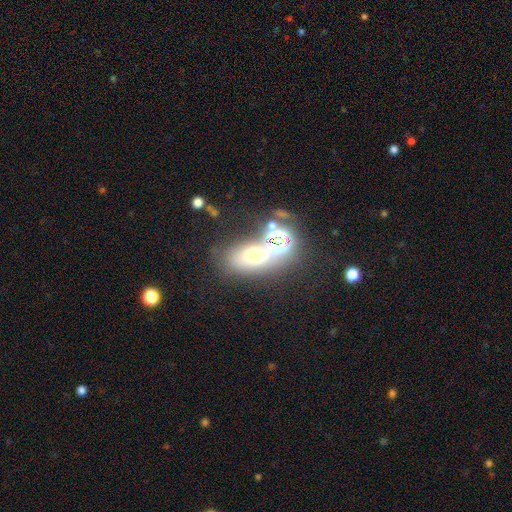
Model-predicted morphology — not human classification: Smooth or featured?
  - smooth: 51% *
  - star or artifact: 31%
  - featured or disk: 18%
How rounded?
  - in between: 65% *
  - round: 31%
  - cigar-shaped: 4%
Merging?
  - none: 49% *
  - merger: 29%
  - minor disturbance: 13%
  - major disturbance: 9%